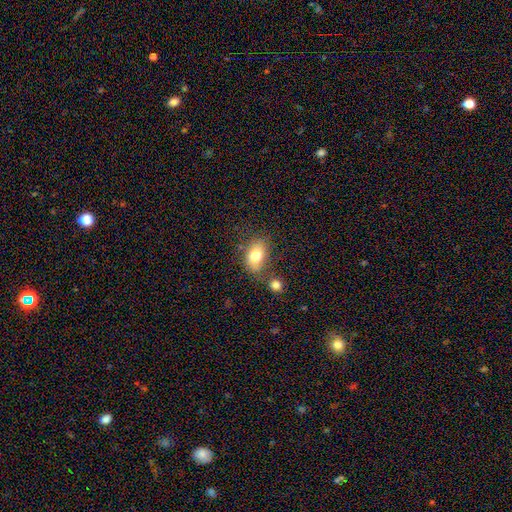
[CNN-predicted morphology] smooth_or_featured: smooth (p=0.76) [alt: featured or disk p=0.15]
how_rounded: in between (p=0.83) [alt: round p=0.15]
merging: none (p=0.61) [alt: minor disturbance p=0.19]